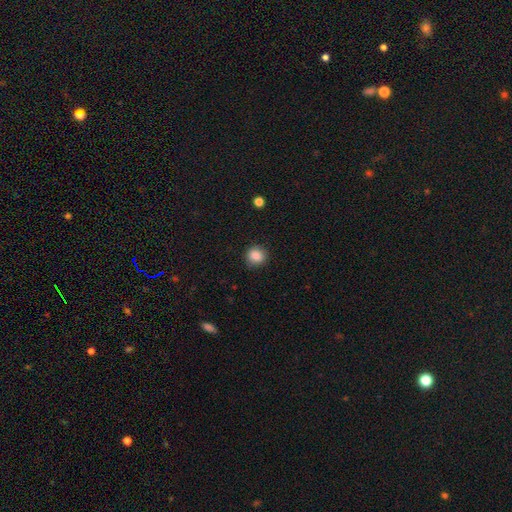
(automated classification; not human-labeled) Overall: smooth (87%). How rounded: round (86%). Merging: none (87%).